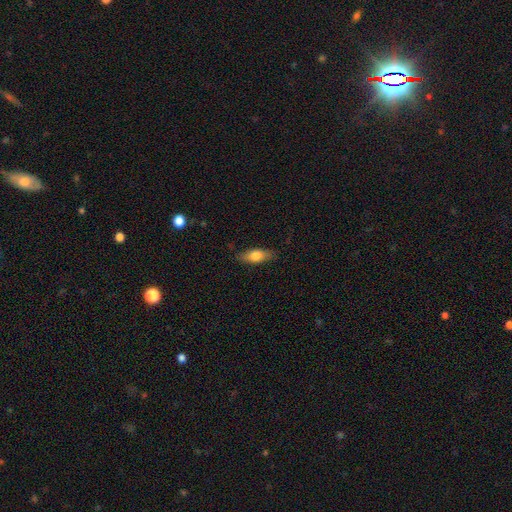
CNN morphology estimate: Overall: smooth (74%). How rounded: in between (73%). Merging: none (83%).